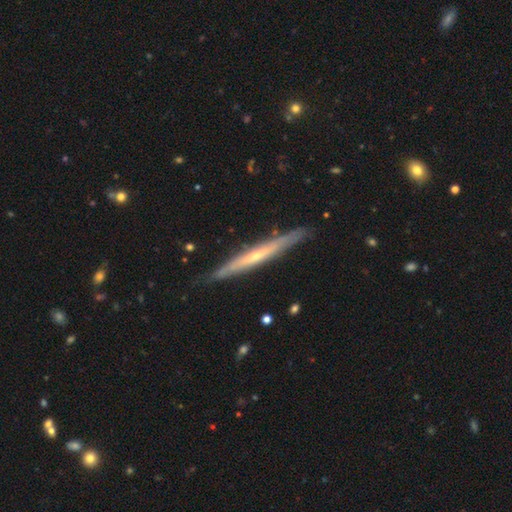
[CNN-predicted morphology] Overall: featured or disk (70%). Edge-on disk: yes (94%). Edge-on bulge: rounded (54%; none 42%). Merging: none (85%).